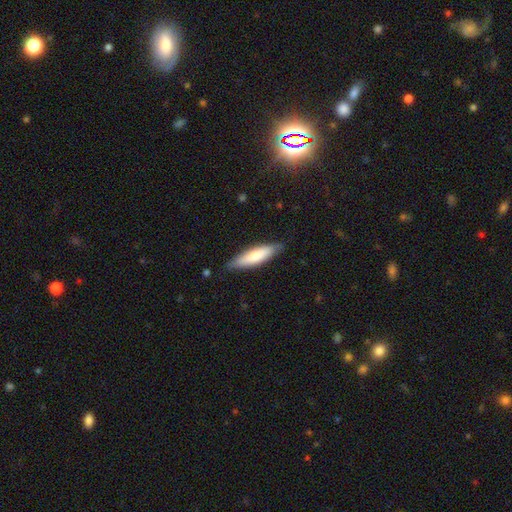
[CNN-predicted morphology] Q: Smooth or featured?
A: smooth (73%); runner-up: featured or disk (21%)
Q: How rounded?
A: cigar-shaped (68%); runner-up: in between (30%)
Q: Merging?
A: none (82%); runner-up: minor disturbance (14%)